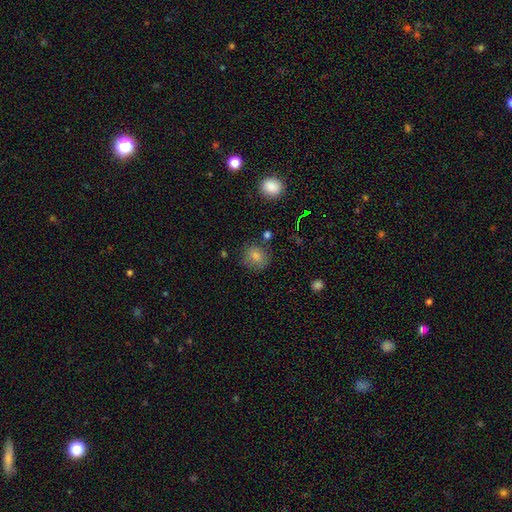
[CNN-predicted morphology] A smooth galaxy with no disk features (70%) that is round (81%).

Vote fractions:
- Smooth or featured? smooth: 70% / star or artifact: 18% / featured or disk: 12%
- How rounded? round: 81% / in between: 18% / cigar-shaped: 1%
- Merging? none: 80% / minor disturbance: 13% / major disturbance: 4% / merger: 3%